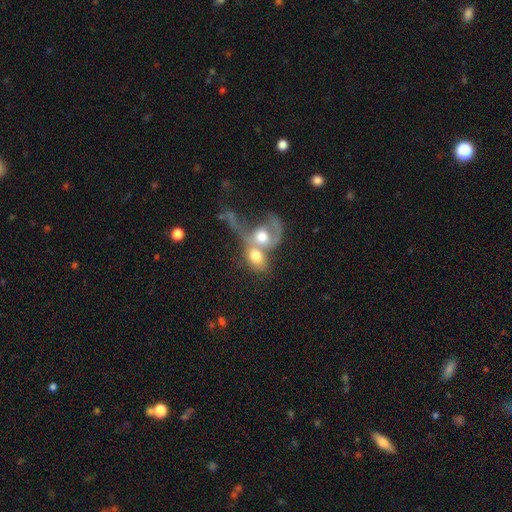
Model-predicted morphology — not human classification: Smooth or featured? smooth (59%)
How rounded? in between (57%)
Merging? merger (75%)